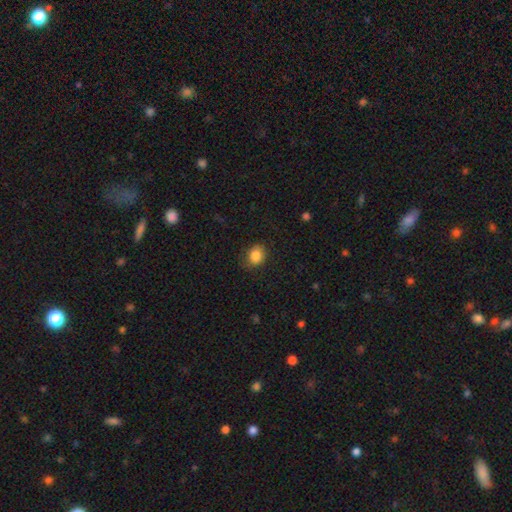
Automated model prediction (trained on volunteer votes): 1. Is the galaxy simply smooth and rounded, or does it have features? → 85% smooth, 9% star or artifact, 6% featured or disk.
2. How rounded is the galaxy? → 59% round, 40% in between, 1% cigar-shaped.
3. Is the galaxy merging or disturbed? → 77% none, 17% minor disturbance, 5% major disturbance, 1% merger.